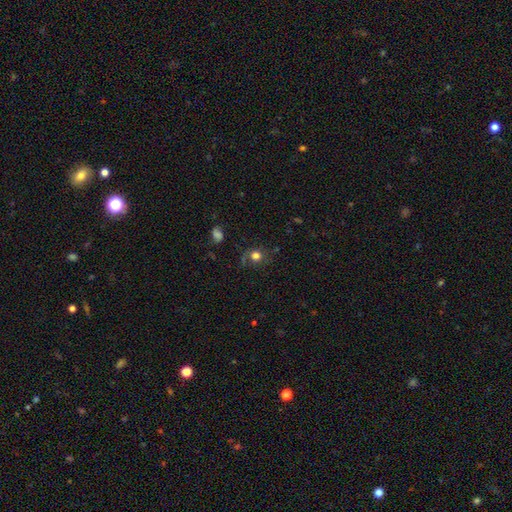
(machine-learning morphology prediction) smooth 71%, star or artifact 15%, featured or disk 14%. Down the decision tree: how rounded — round (82%); merging — none (66%).